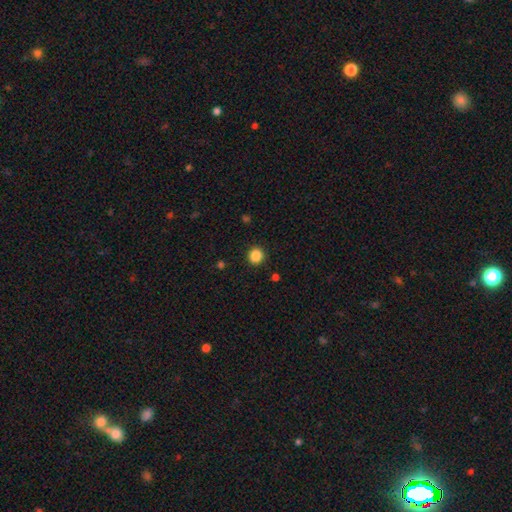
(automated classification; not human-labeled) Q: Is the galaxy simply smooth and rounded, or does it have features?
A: smooth — 86%.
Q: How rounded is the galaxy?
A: round — 93%.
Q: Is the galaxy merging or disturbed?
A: none — 91%.